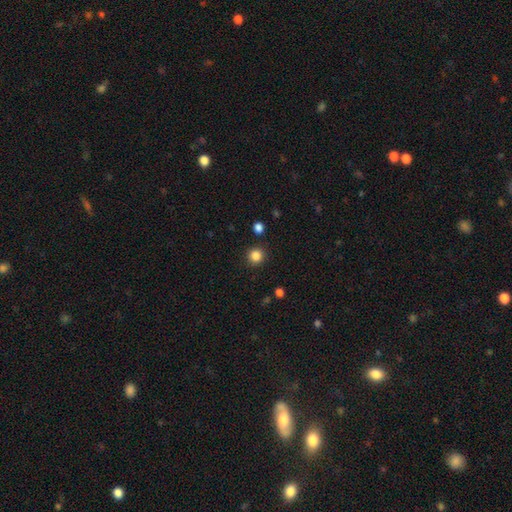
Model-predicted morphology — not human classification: type=smooth (85%); roundness=round (93%); merging=none (90%).